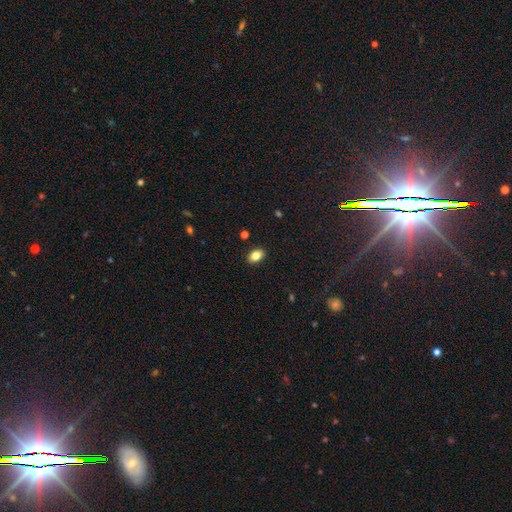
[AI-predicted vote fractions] This appears to be a smooth galaxy with no disk features (82%) that is in between round and cigar-shaped (86%). Merging: none (89%).